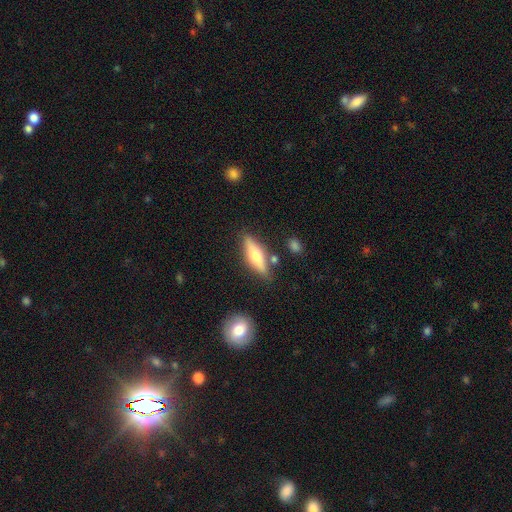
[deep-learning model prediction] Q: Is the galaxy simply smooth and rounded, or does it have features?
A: featured or disk — 48%.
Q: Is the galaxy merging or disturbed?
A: none — 80%.